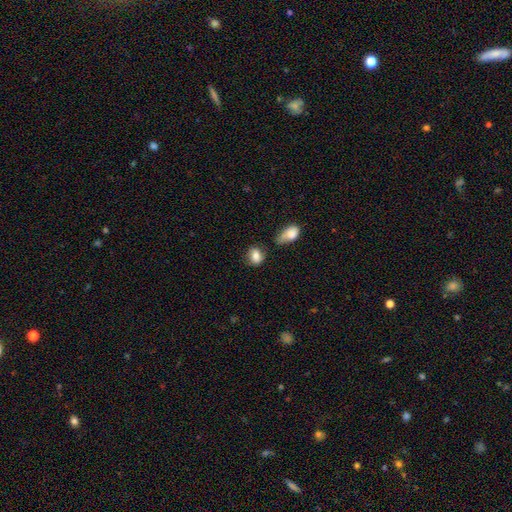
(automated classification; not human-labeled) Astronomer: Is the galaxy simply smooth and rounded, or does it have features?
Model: smooth — 81%.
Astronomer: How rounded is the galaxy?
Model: in between — 56% (runner-up: round, 42%).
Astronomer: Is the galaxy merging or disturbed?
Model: none — 58%.